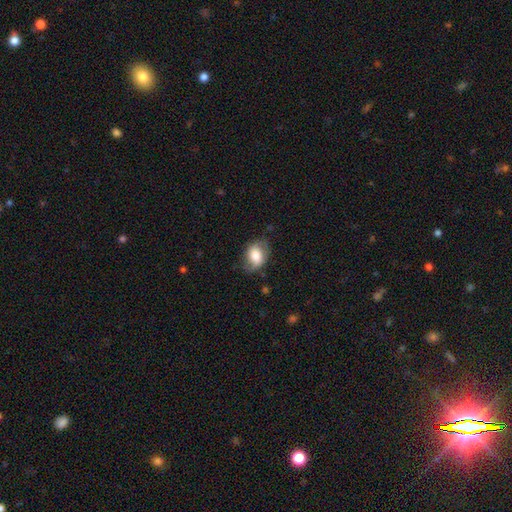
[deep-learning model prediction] smooth 70%, featured or disk 23%, star or artifact 7%. Down the decision tree: how rounded — in between (74%); merging — none (69%).